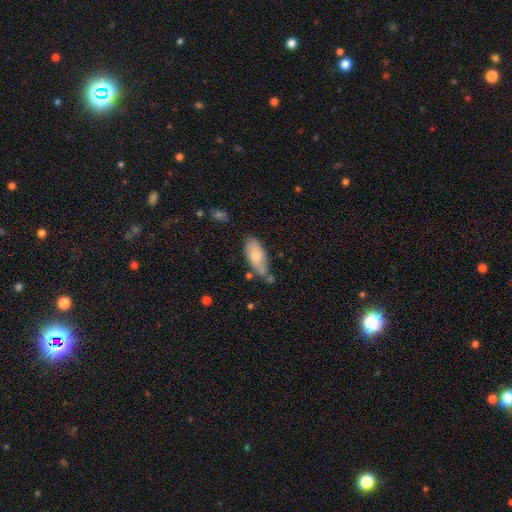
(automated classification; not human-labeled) Q: Smooth or featured?
A: smooth (78%); runner-up: featured or disk (16%)
Q: How rounded?
A: in between (83%); runner-up: cigar-shaped (15%)
Q: Merging?
A: none (50%); runner-up: minor disturbance (31%)